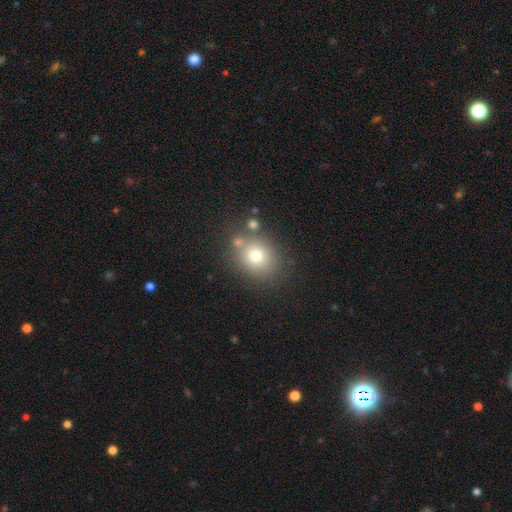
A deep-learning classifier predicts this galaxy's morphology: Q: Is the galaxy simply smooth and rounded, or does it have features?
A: smooth — 73%.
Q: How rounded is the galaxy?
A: round — 66%.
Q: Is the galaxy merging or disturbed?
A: none — 73%.